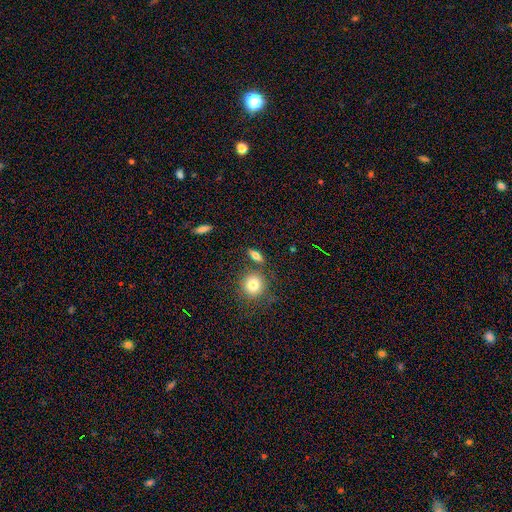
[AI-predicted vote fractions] Smooth or featured?
  - smooth: 71% *
  - featured or disk: 19%
  - star or artifact: 11%
How rounded?
  - in between: 56% *
  - round: 23%
  - cigar-shaped: 20%
Merging?
  - none: 77% *
  - minor disturbance: 10%
  - merger: 9%
  - major disturbance: 4%